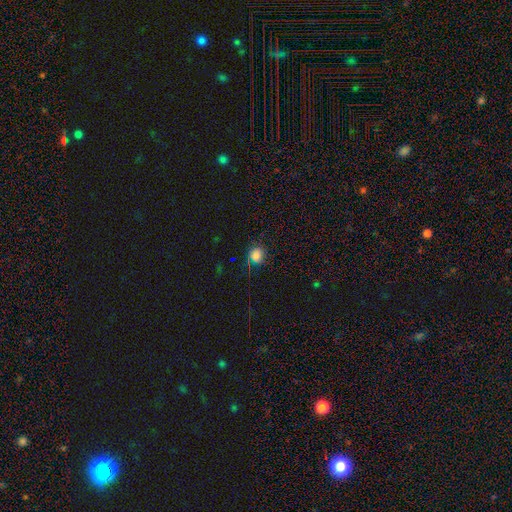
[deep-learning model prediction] The model was most divided on "smooth or featured": smooth: 71%, star or artifact: 22%, featured or disk: 7%. More confident: how rounded — round (84%); merging — none (78%).